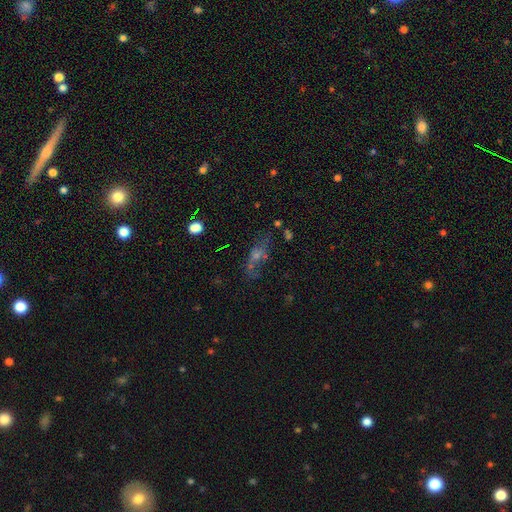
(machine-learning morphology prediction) Smooth or featured: featured or disk — 37% (tied with smooth — 37%)
Merging: none — 52% (minor disturbance — 20%)